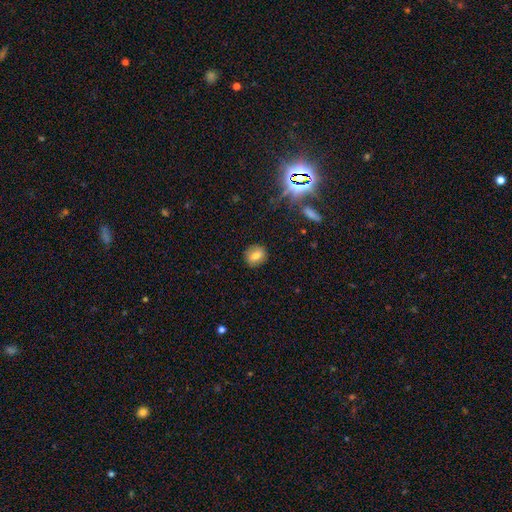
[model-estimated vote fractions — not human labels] Overall: smooth (74%). How rounded: round (81%). Merging: none (88%).